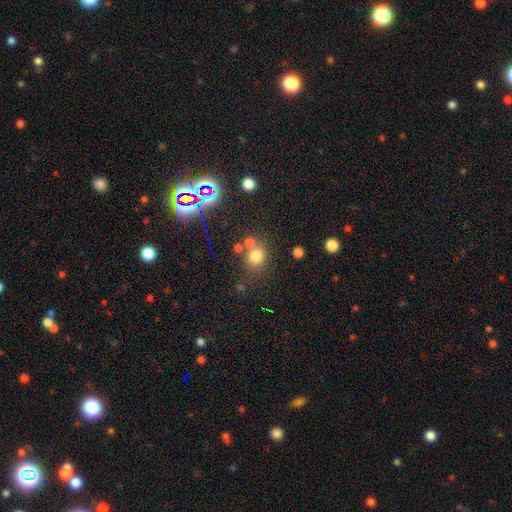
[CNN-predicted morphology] type=smooth (74%); roundness=round (66%); merging=none (60%).